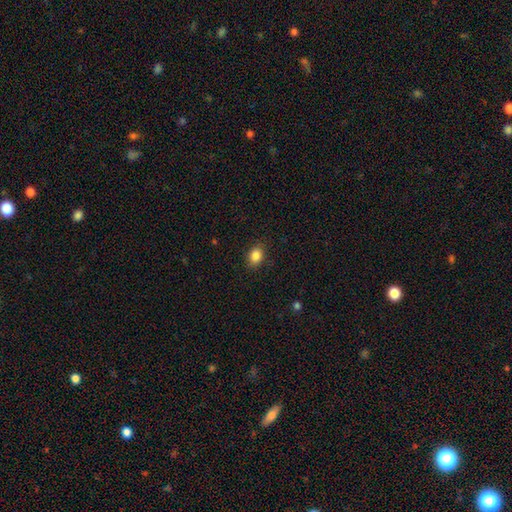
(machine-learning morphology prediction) Smooth or featured?
  - smooth: 86% *
  - star or artifact: 9%
  - featured or disk: 5%
How rounded?
  - in between: 70% *
  - round: 29%
  - cigar-shaped: 1%
Merging?
  - none: 88% *
  - minor disturbance: 9%
  - major disturbance: 2%
  - merger: 1%